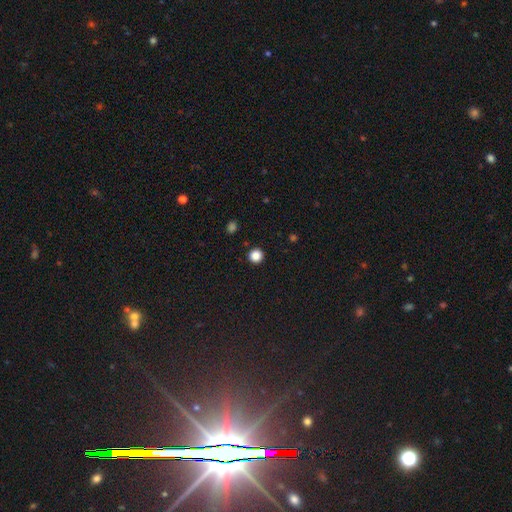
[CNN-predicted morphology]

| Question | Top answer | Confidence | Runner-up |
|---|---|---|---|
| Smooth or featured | smooth | 86% | star or artifact (11%) |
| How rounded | round | 94% | in between (5%) |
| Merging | none | 93% | minor disturbance (5%) |